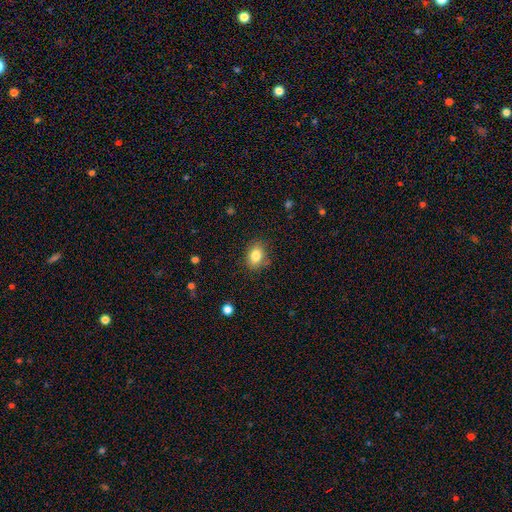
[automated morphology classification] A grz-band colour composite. It shows a smooth galaxy with no disk features (83%) that is in between round and cigar-shaped (70%). Merging: none (79%).